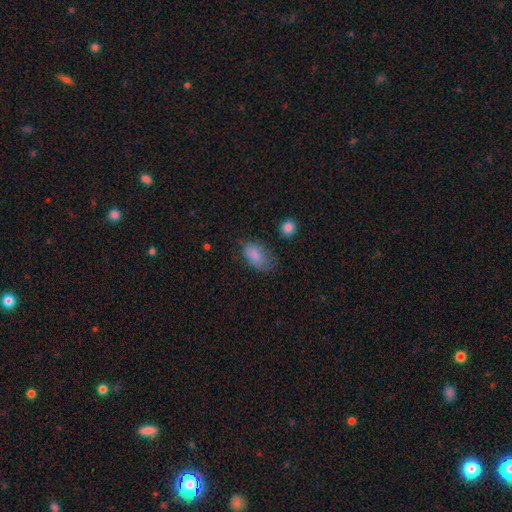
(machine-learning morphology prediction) This appears to be a smooth galaxy with no disk features (82%) that is in between round and cigar-shaped (92%). Merging: none (53%).